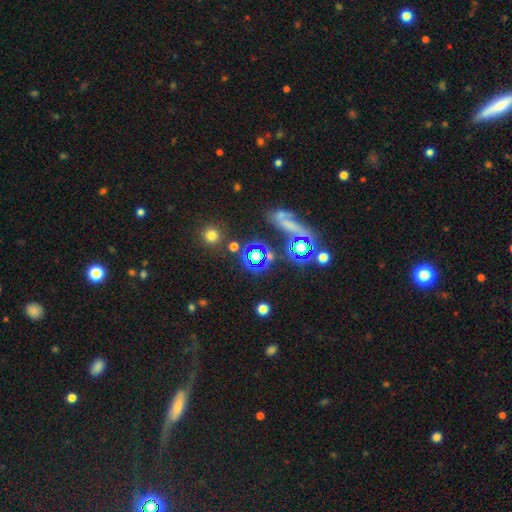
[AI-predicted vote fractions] Q: Smooth or featured?
A: star or artifact (52%); runner-up: smooth (36%)